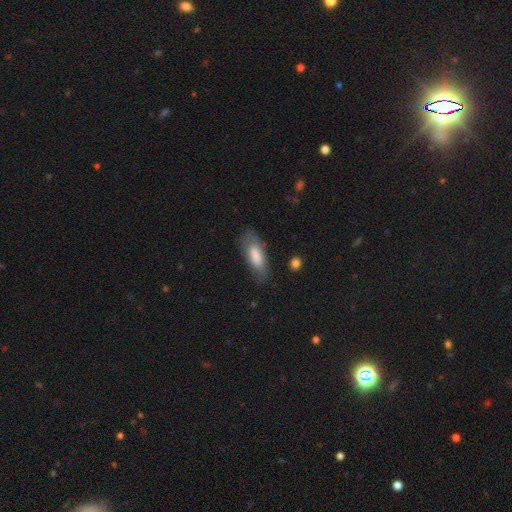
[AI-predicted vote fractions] smooth 74%, featured or disk 20%, star or artifact 6%. Down the decision tree: how rounded — in between (75%); merging — none (68%).